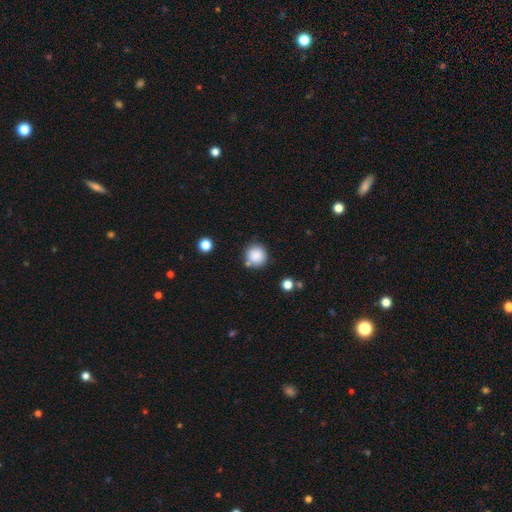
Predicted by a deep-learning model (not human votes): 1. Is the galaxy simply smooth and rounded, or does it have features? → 86% smooth, 10% star or artifact, 4% featured or disk.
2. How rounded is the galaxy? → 93% round, 6% in between, 1% cigar-shaped.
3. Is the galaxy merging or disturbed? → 78% none, 11% minor disturbance, 7% merger, 3% major disturbance.